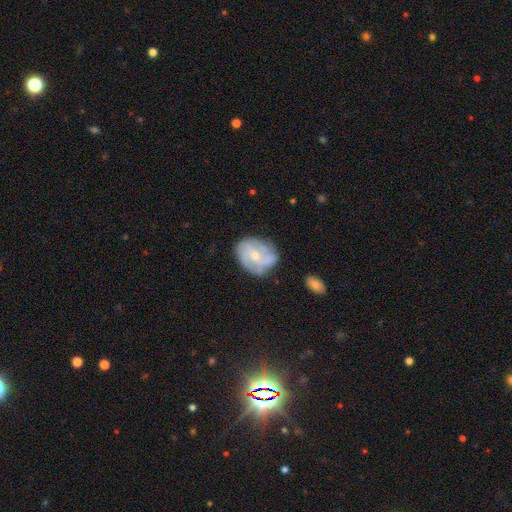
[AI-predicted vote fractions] The model was most divided on "bulge size": moderate: 49%, small: 47%, none: 2%, large: 2%, dominant: 1%. More confident: edge-on disk — no (97%); spiral arms — yes (79%); smooth or featured — featured or disk (65%); merging — none (63%); bar — no (61%).